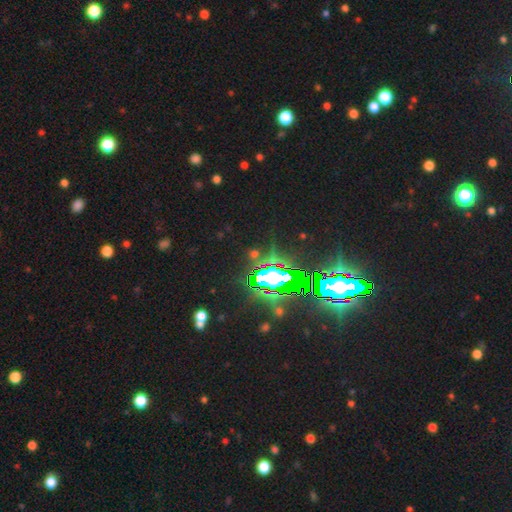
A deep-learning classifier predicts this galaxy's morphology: The model was most divided on "smooth or featured": star or artifact: 81%, smooth: 11%, featured or disk: 9%.